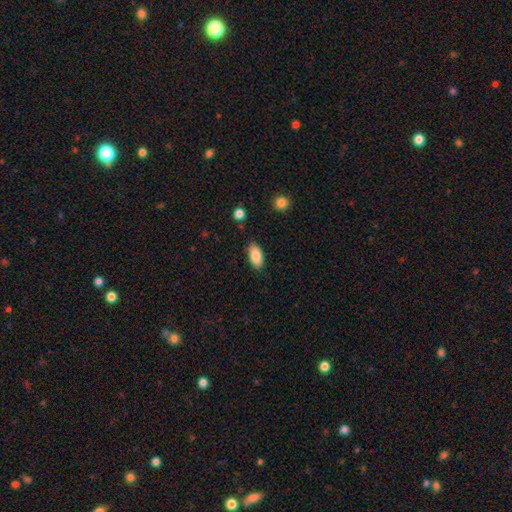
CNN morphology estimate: A smooth galaxy with no disk features (85%) that is in between round and cigar-shaped (91%).

Vote fractions:
- Smooth or featured? smooth: 85% / featured or disk: 8% / star or artifact: 7%
- How rounded? in between: 91% / cigar-shaped: 6% / round: 3%
- Merging? none: 82% / minor disturbance: 14% / major disturbance: 3% / merger: 2%